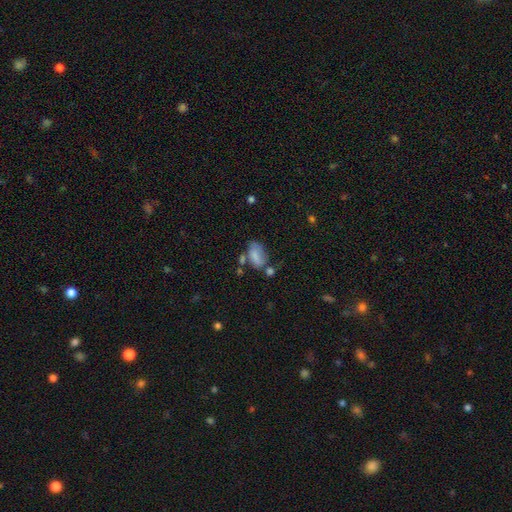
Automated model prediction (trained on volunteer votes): The model was most divided on "merging": none: 41%, minor disturbance: 27%, merger: 18%, major disturbance: 14%. More confident: how rounded — in between (90%); smooth or featured — smooth (75%).